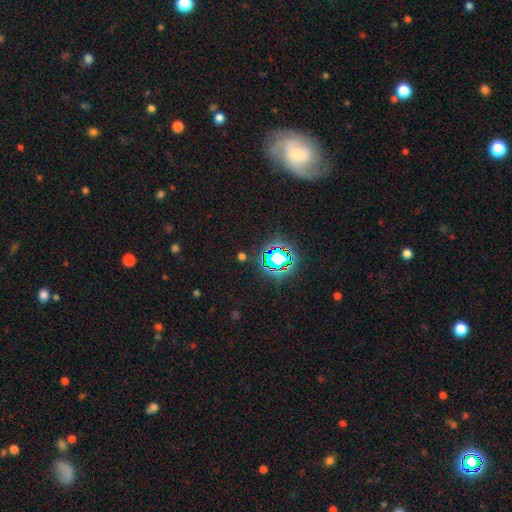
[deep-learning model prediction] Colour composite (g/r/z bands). It shows a star or artifact, not a galaxy (45%).